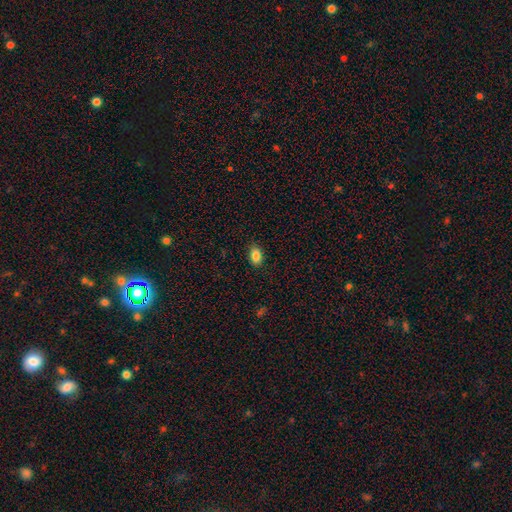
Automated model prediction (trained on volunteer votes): smooth 86%, star or artifact 9%, featured or disk 5%. Down the decision tree: how rounded — in between (86%); merging — none (86%).